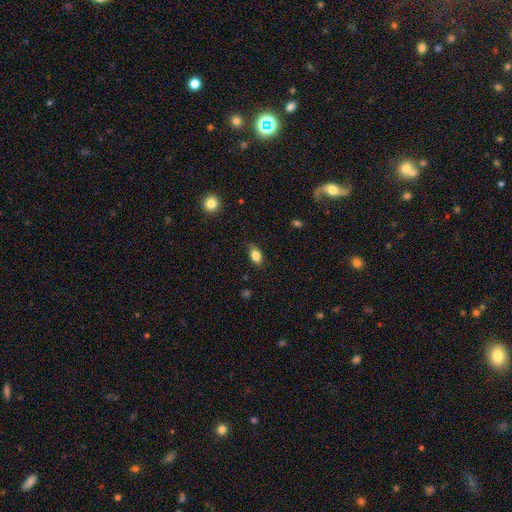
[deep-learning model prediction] Q: Smooth or featured?
A: smooth (84%); runner-up: star or artifact (9%)
Q: How rounded?
A: in between (85%); runner-up: round (12%)
Q: Merging?
A: none (78%); runner-up: minor disturbance (18%)